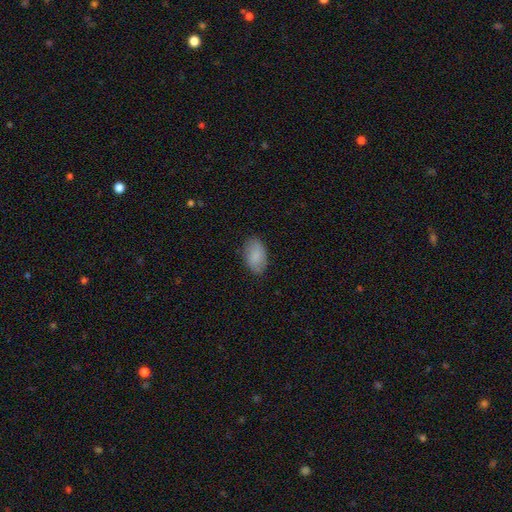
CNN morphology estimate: smooth-or-featured: smooth: 84% | featured or disk: 10% | star or artifact: 7%
  how-rounded: in between: 93% | round: 6% | cigar-shaped: 1%
  merging: none: 81% | minor disturbance: 15% | major disturbance: 3% | merger: 1%